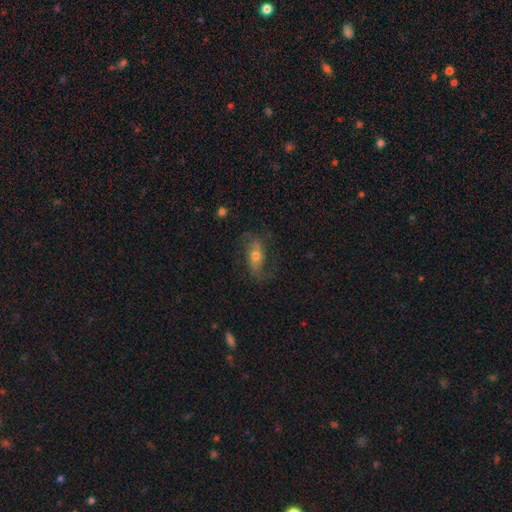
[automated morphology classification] featured or disk 68%, smooth 21%, star or artifact 11%. Down the decision tree: edge-on disk — no (90%); bar — no (48%); spiral arms — yes (89%); spiral arm count — 2 (85%); spiral winding — loose (51%); bulge size — moderate (62%); merging — none (70%).